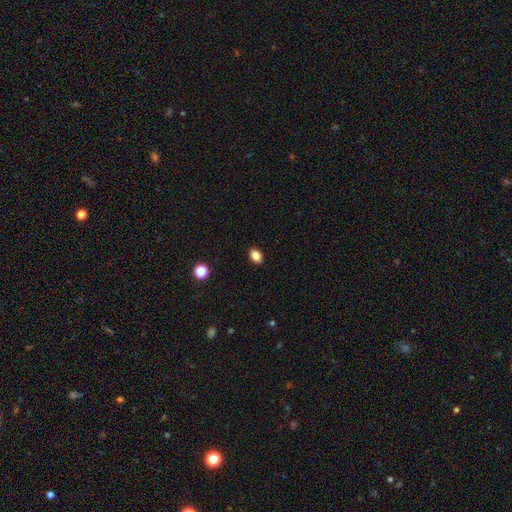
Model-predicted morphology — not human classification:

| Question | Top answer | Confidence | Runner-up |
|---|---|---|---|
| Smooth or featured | smooth | 86% | star or artifact (10%) |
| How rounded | in between | 80% | round (18%) |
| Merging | none | 90% | minor disturbance (7%) |